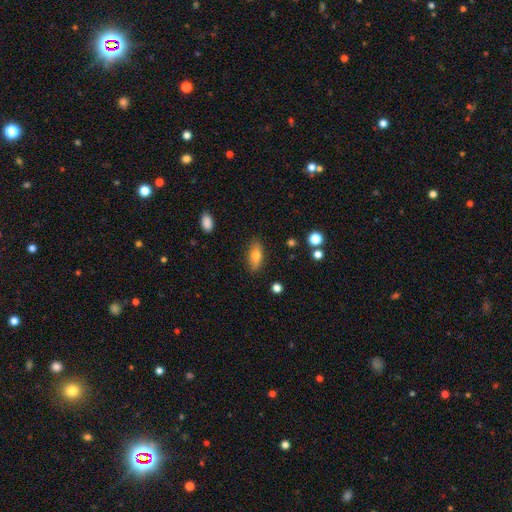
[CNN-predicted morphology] smooth-or-featured: smooth: 74% | featured or disk: 18% | star or artifact: 8%
  how-rounded: in between: 80% | cigar-shaped: 17% | round: 4%
  merging: none: 85% | minor disturbance: 11% | major disturbance: 3% | merger: 2%